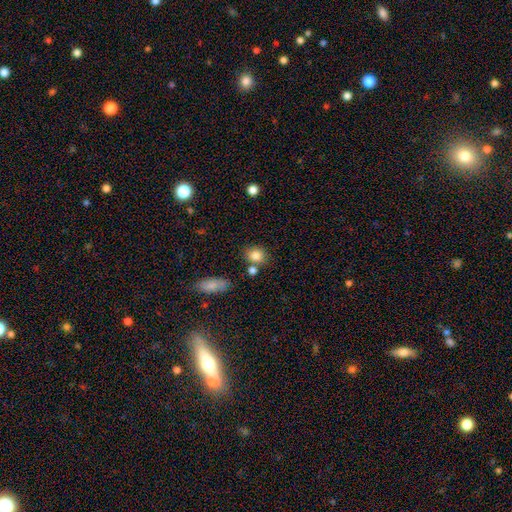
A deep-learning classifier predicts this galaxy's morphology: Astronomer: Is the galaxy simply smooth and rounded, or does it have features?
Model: smooth — 83%.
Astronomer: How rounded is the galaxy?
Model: round — 60% (runner-up: in between, 38%).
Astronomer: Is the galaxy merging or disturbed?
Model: none — 68%.